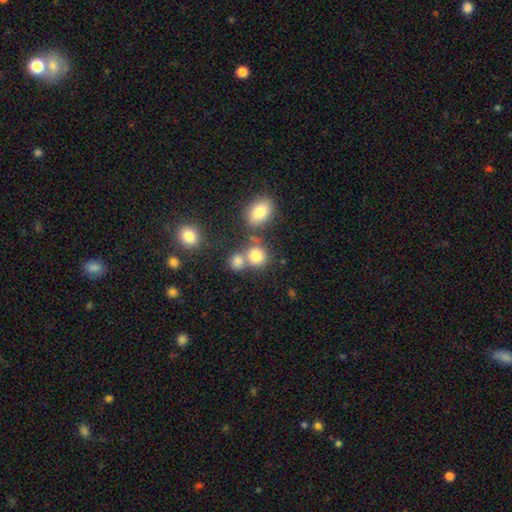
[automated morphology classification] smooth-or-featured: smooth: 79% | star or artifact: 13% | featured or disk: 8%
  how-rounded: round: 77% | in between: 22% | cigar-shaped: 1%
  merging: none: 51% | merger: 35% | minor disturbance: 10% | major disturbance: 5%